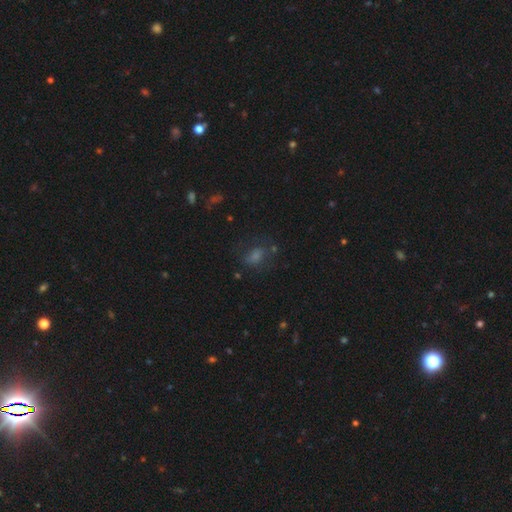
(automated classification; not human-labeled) Overall: smooth (50%; star or artifact 32%). How rounded: in between (61%; round 36%). Merging: none (64%).